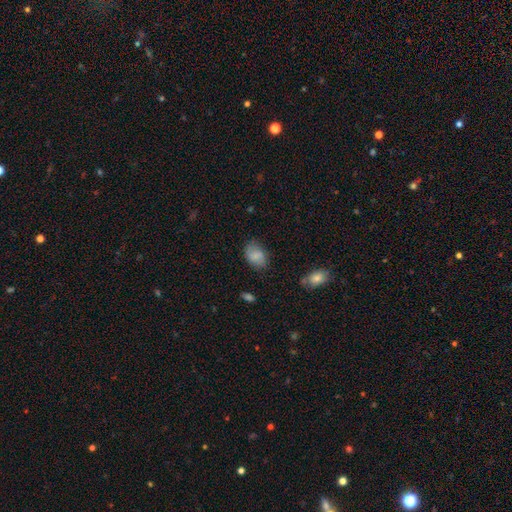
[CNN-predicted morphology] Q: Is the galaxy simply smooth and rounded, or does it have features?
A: smooth — 78%.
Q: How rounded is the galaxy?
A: in between — 80%.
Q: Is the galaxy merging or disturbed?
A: none — 74%.